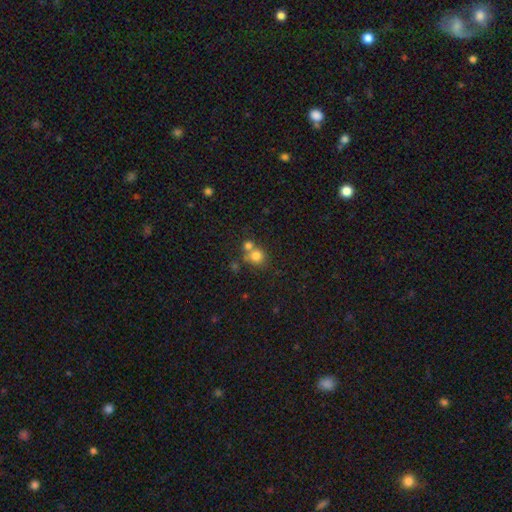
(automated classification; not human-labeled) smooth_or_featured: smooth (p=0.78) [alt: star or artifact p=0.12]
how_rounded: round (p=0.85) [alt: in between p=0.14]
merging: none (p=0.49) [alt: merger p=0.39]